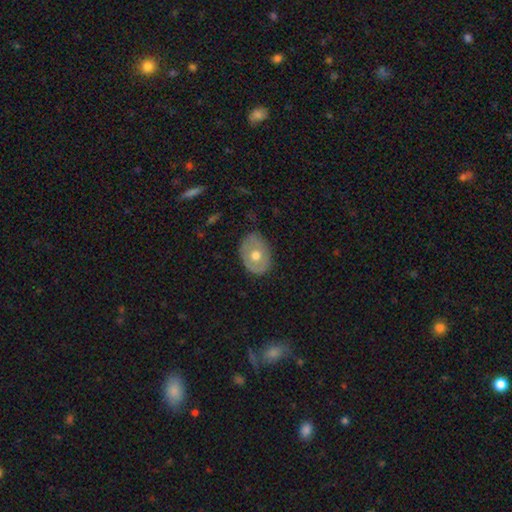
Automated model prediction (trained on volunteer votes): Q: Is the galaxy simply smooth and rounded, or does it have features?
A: smooth — 52%.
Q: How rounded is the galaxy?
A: in between — 71%.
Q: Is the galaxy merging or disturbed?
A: none — 76%.